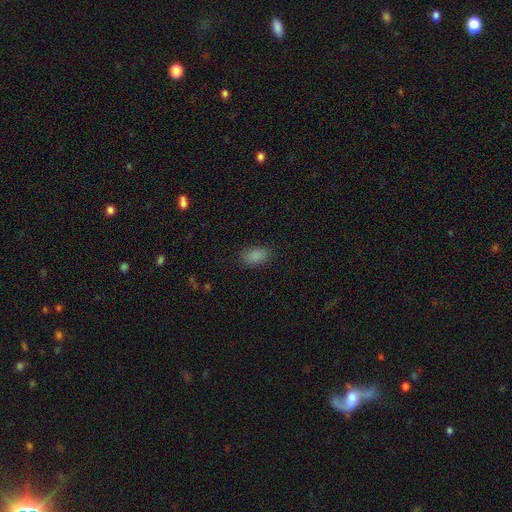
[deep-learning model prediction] smooth-or-featured: smooth: 87% | star or artifact: 10% | featured or disk: 4%
  how-rounded: in between: 91% | round: 7% | cigar-shaped: 2%
  merging: none: 85% | minor disturbance: 11% | major disturbance: 3% | merger: 1%